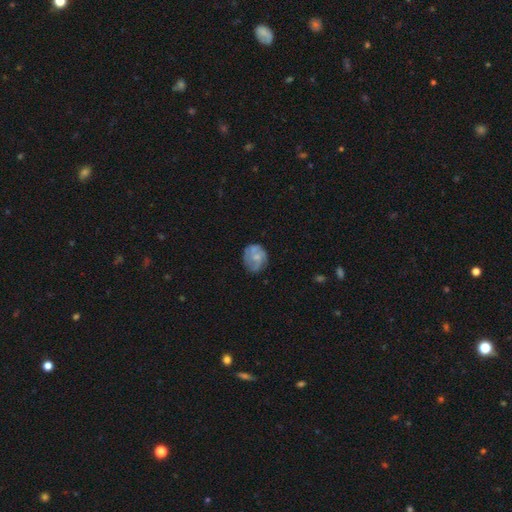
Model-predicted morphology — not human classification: A smooth galaxy with no disk features (52%) that is round (66%). Merging: none (64%).